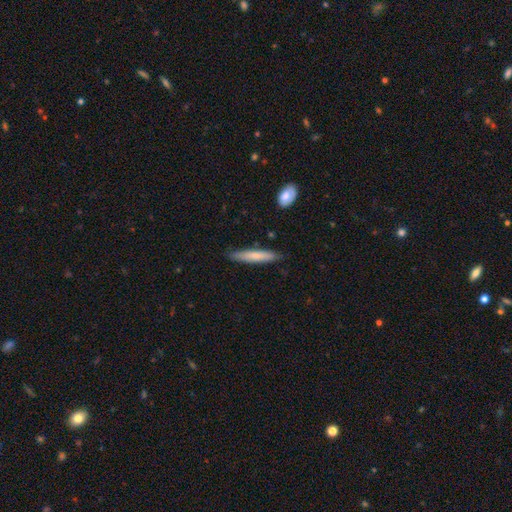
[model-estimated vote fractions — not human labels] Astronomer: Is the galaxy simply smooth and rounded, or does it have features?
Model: smooth — 71%.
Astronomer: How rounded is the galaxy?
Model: cigar-shaped — 90%.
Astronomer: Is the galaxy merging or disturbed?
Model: none — 85%.